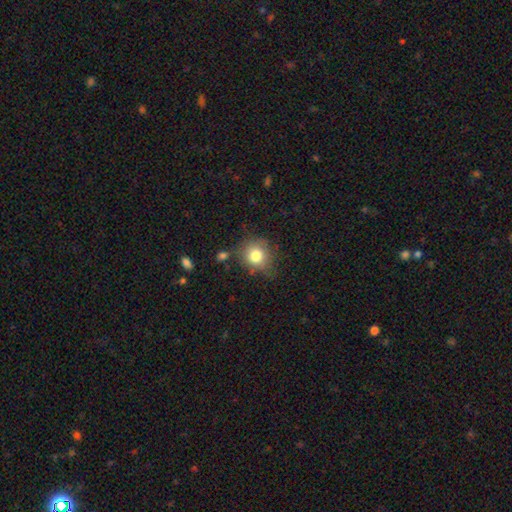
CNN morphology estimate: A smooth galaxy with no disk features (80%) that is round (83%). Merging: none (67%).